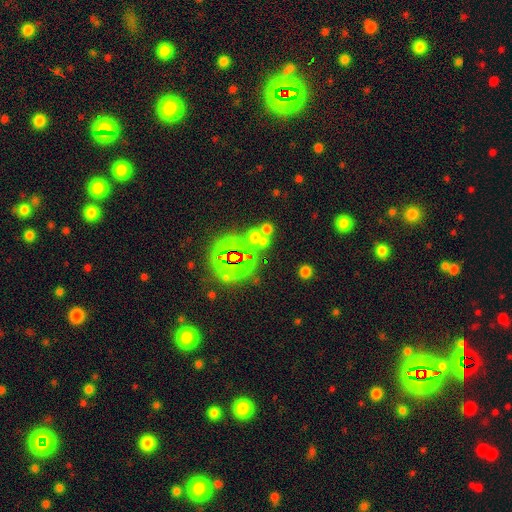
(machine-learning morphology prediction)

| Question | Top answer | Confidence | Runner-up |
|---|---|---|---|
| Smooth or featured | star or artifact | 74% | smooth (17%) |